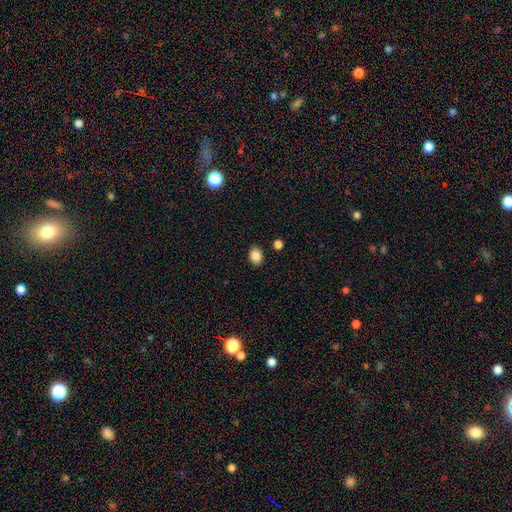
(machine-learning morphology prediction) smooth 86%, star or artifact 9%, featured or disk 4%. Down the decision tree: how rounded — in between (64%); merging — none (87%).